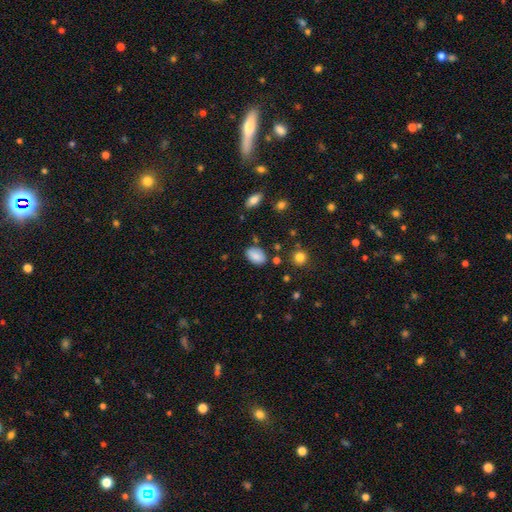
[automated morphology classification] The model was most divided on "merging": none: 77%, minor disturbance: 16%, merger: 4%, major disturbance: 3%. More confident: how rounded — in between (89%); smooth or featured — smooth (84%).